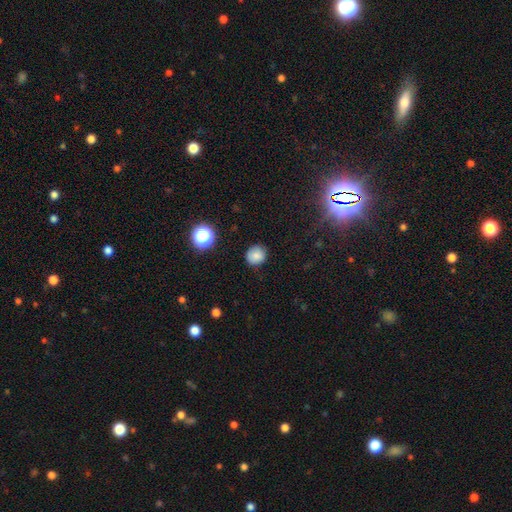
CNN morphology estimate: Smooth or featured?
  - smooth: 82% *
  - star or artifact: 12%
  - featured or disk: 6%
How rounded?
  - round: 86% *
  - in between: 13%
  - cigar-shaped: 1%
Merging?
  - none: 85% *
  - minor disturbance: 11%
  - major disturbance: 3%
  - merger: 1%